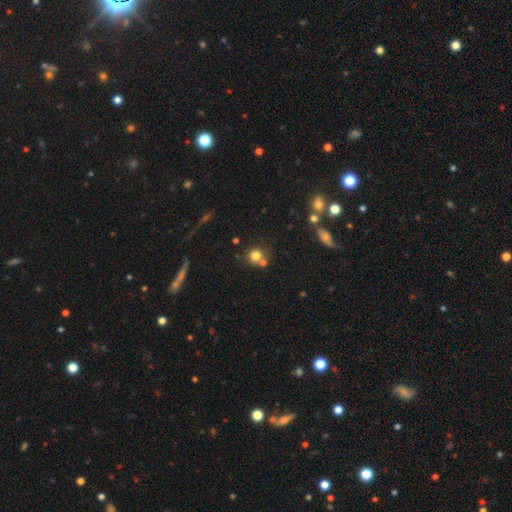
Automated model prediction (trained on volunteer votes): smooth_or_featured: smooth (p=0.77) [alt: star or artifact p=0.14]
how_rounded: round (p=0.87) [alt: in between p=0.12]
merging: none (p=0.60) [alt: merger p=0.27]